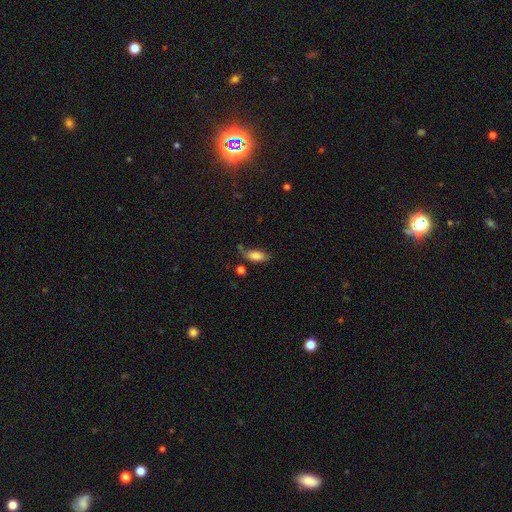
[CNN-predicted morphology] type=smooth (79%); roundness=in between (83%); merging=none (54%).